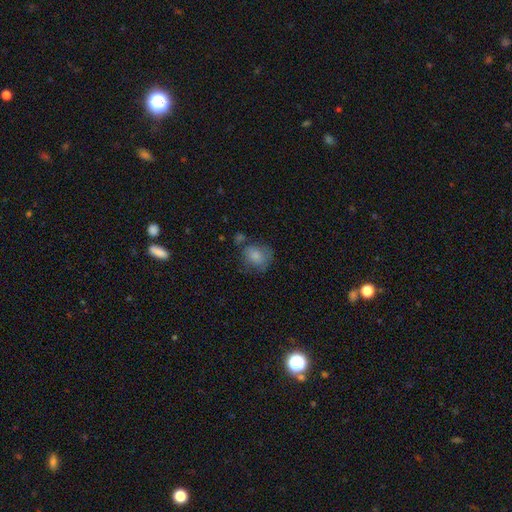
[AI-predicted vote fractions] Overall: smooth (78%). How rounded: round (61%; in between 38%). Merging: none (51%; minor disturbance 25%).